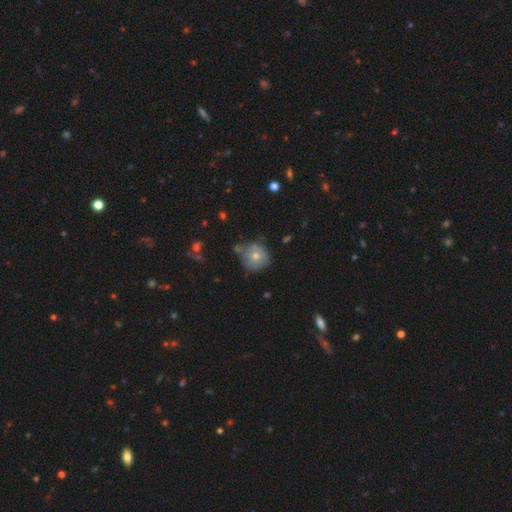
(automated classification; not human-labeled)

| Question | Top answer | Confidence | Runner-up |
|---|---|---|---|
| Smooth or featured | smooth | 70% | featured or disk (21%) |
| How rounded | round | 84% | in between (15%) |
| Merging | none | 61% | minor disturbance (25%) |